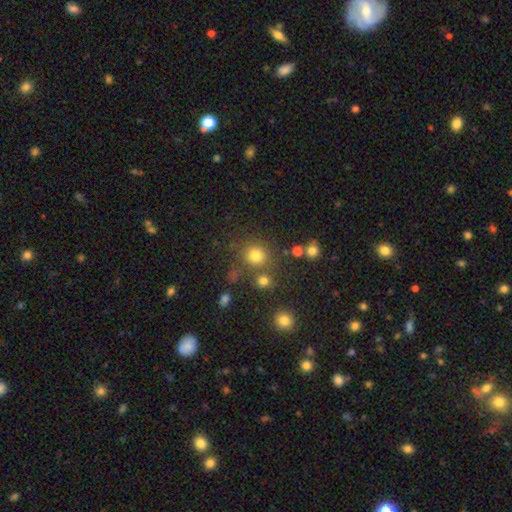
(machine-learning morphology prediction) Q: Smooth or featured?
A: smooth (77%); runner-up: star or artifact (16%)
Q: How rounded?
A: round (88%); runner-up: in between (11%)
Q: Merging?
A: none (71%); runner-up: merger (13%)